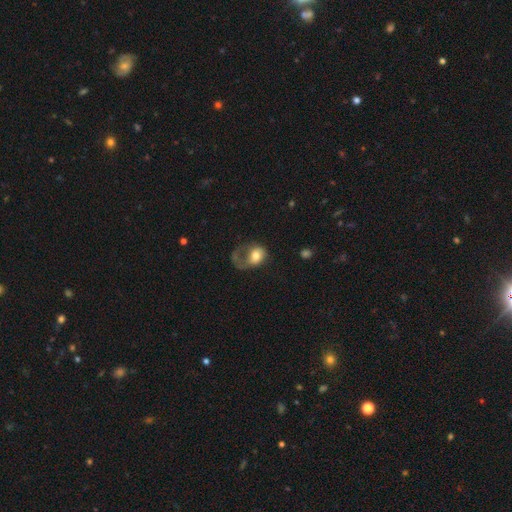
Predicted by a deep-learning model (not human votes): Q: Smooth or featured?
A: smooth (59%); runner-up: featured or disk (33%)
Q: How rounded?
A: in between (50%); runner-up: round (49%)
Q: Merging?
A: major disturbance (65%); runner-up: none (17%)